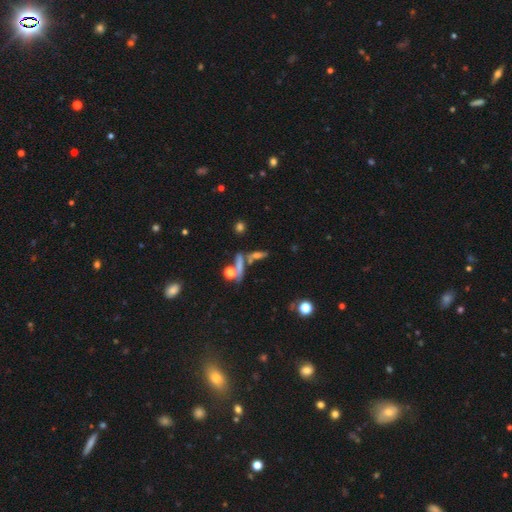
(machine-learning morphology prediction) type=smooth (40%); merging=none (54%).